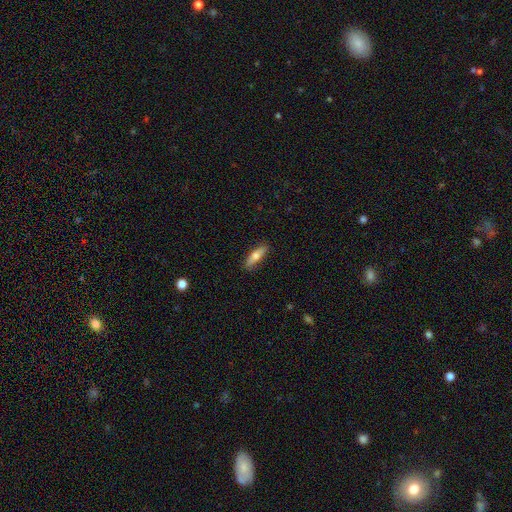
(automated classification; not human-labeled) Smooth or featured?
  - smooth: 63% *
  - featured or disk: 31%
  - star or artifact: 6%
How rounded?
  - cigar-shaped: 63% *
  - in between: 35%
  - round: 2%
Merging?
  - none: 87% *
  - minor disturbance: 10%
  - major disturbance: 2%
  - merger: 1%